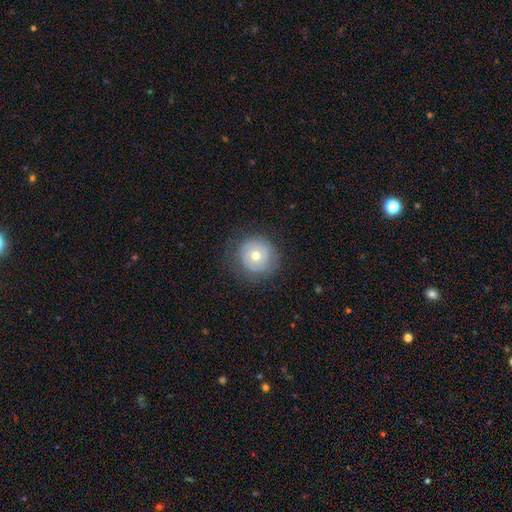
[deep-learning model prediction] Q: Smooth or featured?
A: smooth (50%); runner-up: featured or disk (41%)
Q: Merging?
A: none (78%); runner-up: minor disturbance (15%)